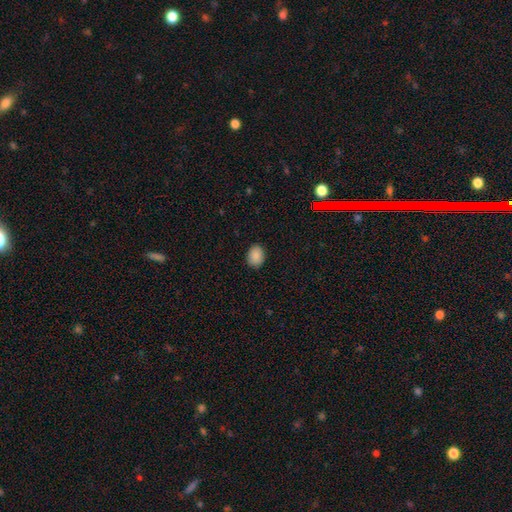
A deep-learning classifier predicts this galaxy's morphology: Q: Smooth or featured?
A: smooth (89%); runner-up: star or artifact (8%)
Q: How rounded?
A: in between (64%); runner-up: round (35%)
Q: Merging?
A: none (88%); runner-up: minor disturbance (9%)